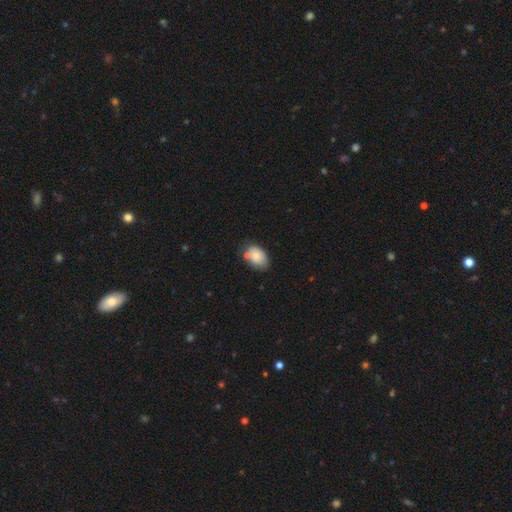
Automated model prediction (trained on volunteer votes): smooth-or-featured: smooth: 78% | featured or disk: 14% | star or artifact: 7%
  how-rounded: in between: 86% | round: 13% | cigar-shaped: 1%
  merging: none: 61% | minor disturbance: 23% | merger: 11% | major disturbance: 5%